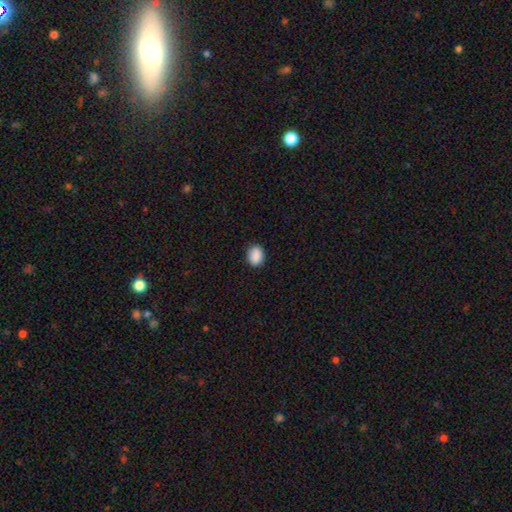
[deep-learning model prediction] Smooth or featured?
  - smooth: 89% *
  - star or artifact: 8%
  - featured or disk: 3%
How rounded?
  - in between: 57% *
  - round: 42%
  - cigar-shaped: 1%
Merging?
  - none: 87% *
  - minor disturbance: 10%
  - major disturbance: 2%
  - merger: 1%